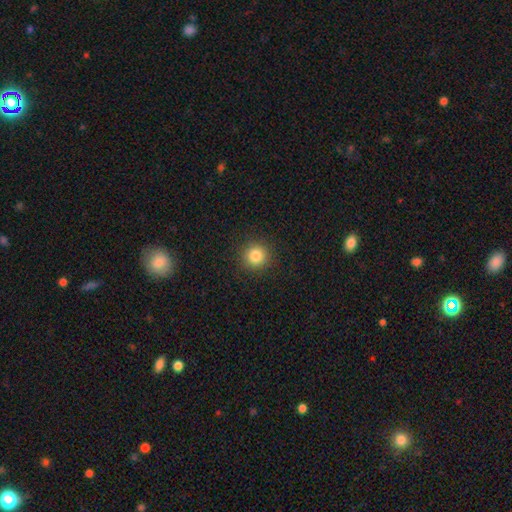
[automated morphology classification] smooth 83%, star or artifact 12%, featured or disk 5%. Down the decision tree: how rounded — round (94%); merging — none (92%).